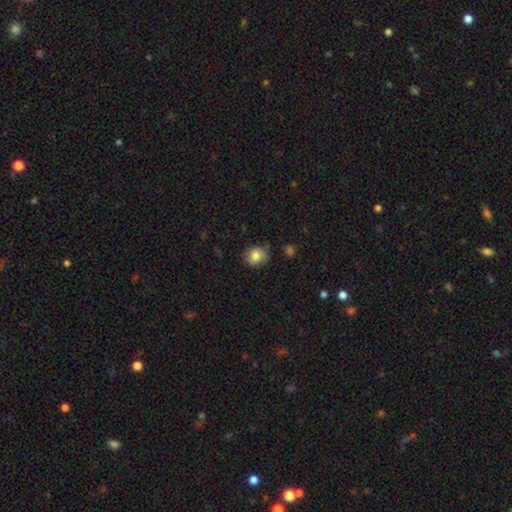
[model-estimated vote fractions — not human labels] This appears to be a smooth galaxy with no disk features (82%) that is round (68%). Merging: none (80%).